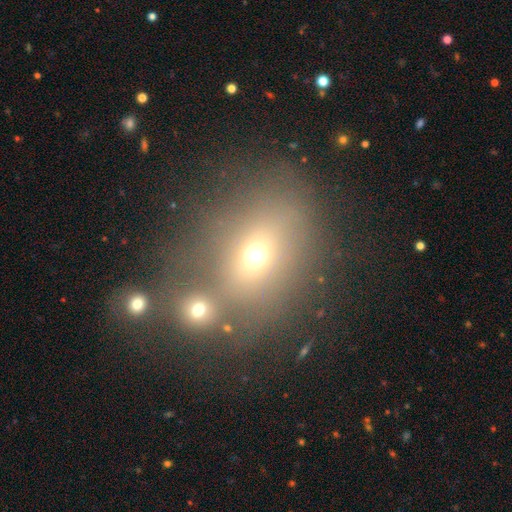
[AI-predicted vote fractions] A smooth galaxy with no disk features (57%) that is round (53%). Merging: none (56%).